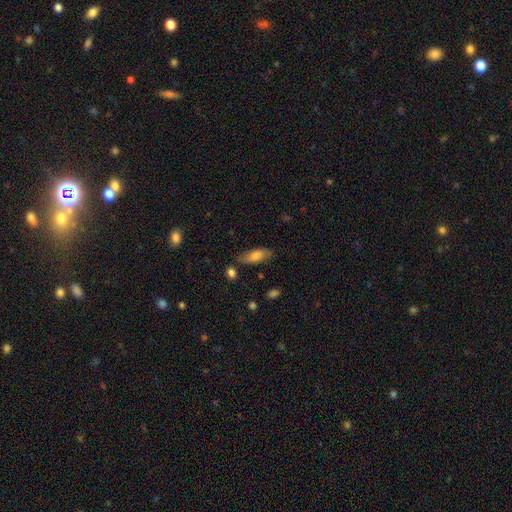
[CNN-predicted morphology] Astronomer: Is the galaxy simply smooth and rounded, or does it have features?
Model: smooth — 76%.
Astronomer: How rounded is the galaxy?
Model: in between — 76%.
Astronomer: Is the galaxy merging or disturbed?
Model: none — 76%.